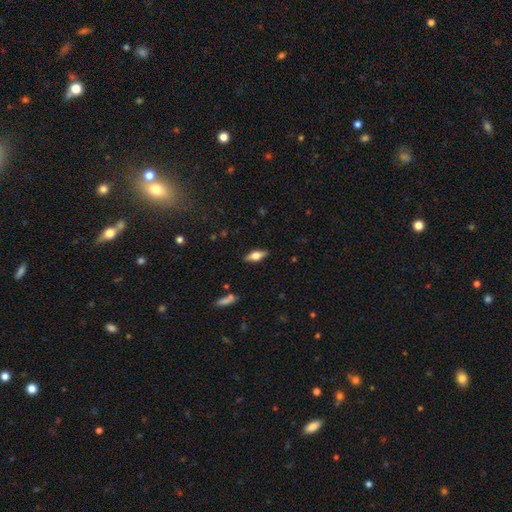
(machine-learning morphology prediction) A smooth galaxy with no disk features (55%) that is in between round and cigar-shaped (70%). Merging: none (87%).